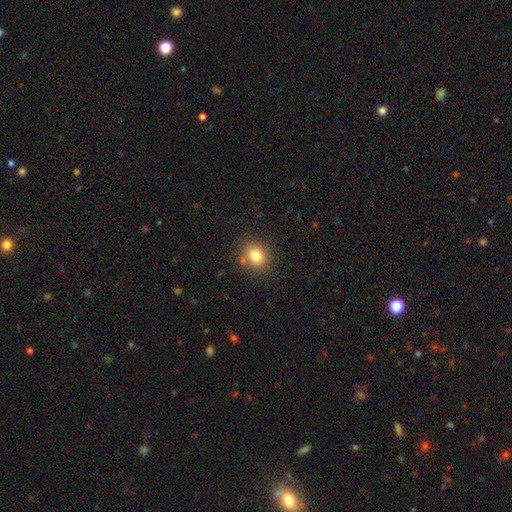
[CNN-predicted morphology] A smooth galaxy with no disk features (80%) that is round (68%). Merging: none (80%).